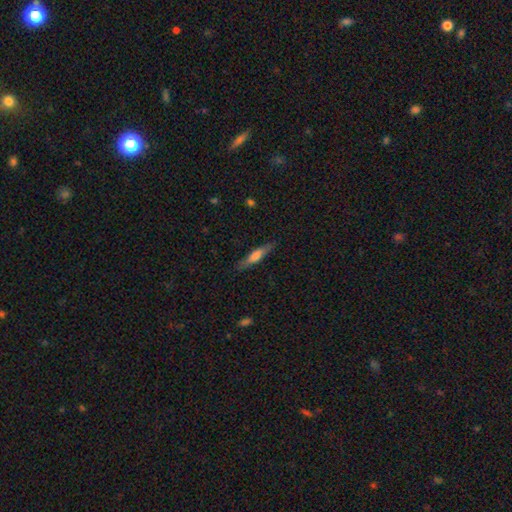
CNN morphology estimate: Q: Smooth or featured?
A: smooth (54%); runner-up: featured or disk (40%)
Q: How rounded?
A: cigar-shaped (84%); runner-up: in between (14%)
Q: Merging?
A: none (86%); runner-up: minor disturbance (10%)